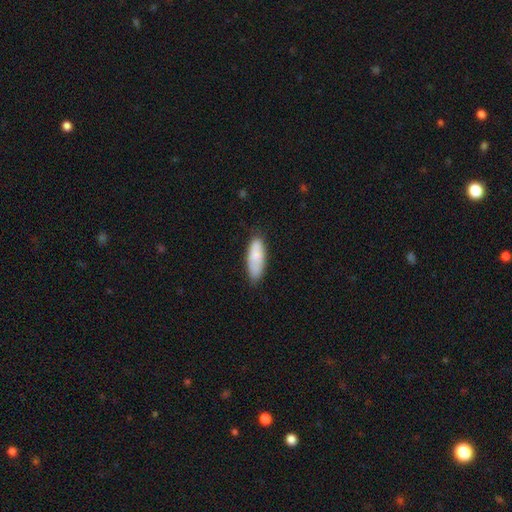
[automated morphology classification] smooth 80%, featured or disk 14%, star or artifact 6%. Down the decision tree: how rounded — in between (67%); merging — none (75%).